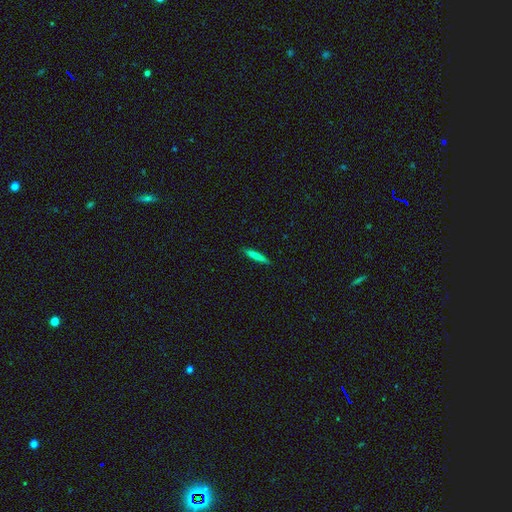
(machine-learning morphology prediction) Q: Smooth or featured?
A: smooth (78%); runner-up: featured or disk (15%)
Q: How rounded?
A: cigar-shaped (94%); runner-up: in between (5%)
Q: Merging?
A: none (88%); runner-up: minor disturbance (9%)